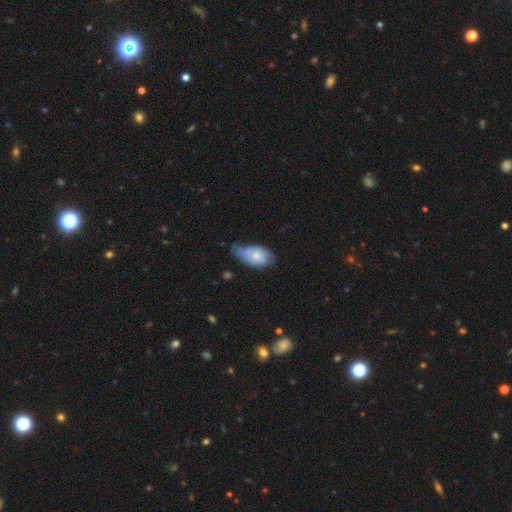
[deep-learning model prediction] Smooth or featured?
  - smooth: 61% *
  - featured or disk: 32%
  - star or artifact: 6%
How rounded?
  - in between: 92% *
  - round: 5%
  - cigar-shaped: 3%
Merging?
  - minor disturbance: 45% *
  - none: 36%
  - major disturbance: 16%
  - merger: 3%